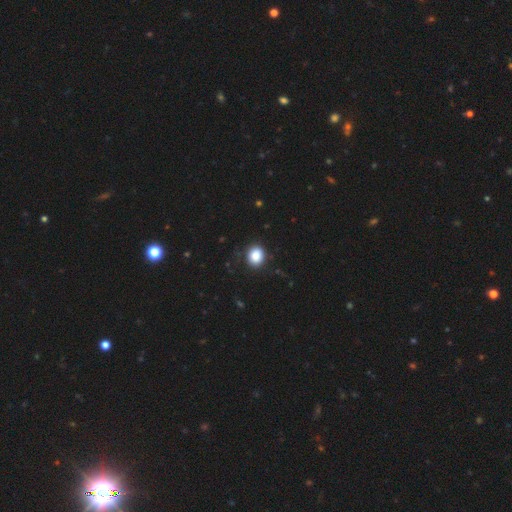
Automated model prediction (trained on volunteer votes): smooth_or_featured: smooth (p=0.87) [alt: star or artifact p=0.09]
how_rounded: round (p=0.63) [alt: in between p=0.36]
merging: none (p=0.86) [alt: minor disturbance p=0.10]